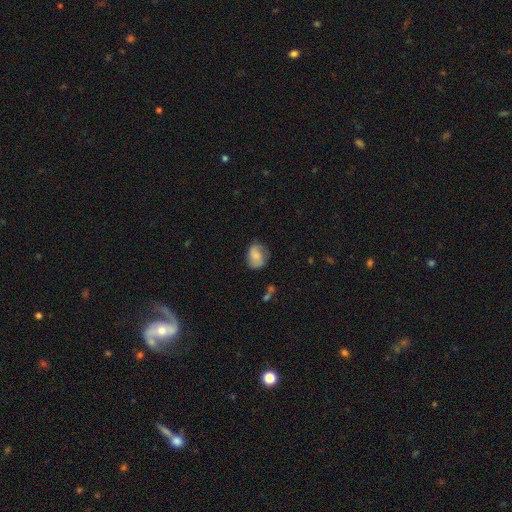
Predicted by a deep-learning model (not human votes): Smooth or featured: smooth — 65% (featured or disk — 27%)
How rounded: in between — 52% (round — 46%)
Merging: none — 59% (minor disturbance — 29%)